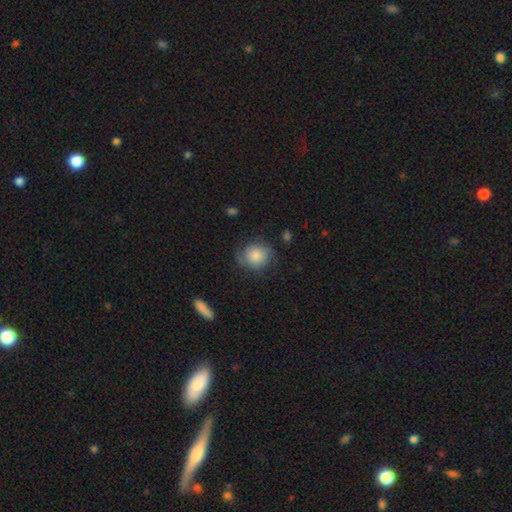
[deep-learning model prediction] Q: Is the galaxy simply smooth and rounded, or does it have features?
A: smooth — 77%.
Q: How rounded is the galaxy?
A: round — 80%.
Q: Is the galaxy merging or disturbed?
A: none — 66%.